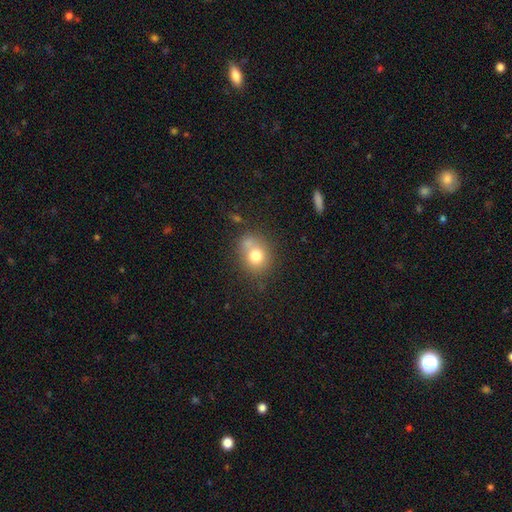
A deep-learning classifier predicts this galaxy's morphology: Smooth or featured? smooth (74%)
How rounded? round (67%)
Merging? none (54%)